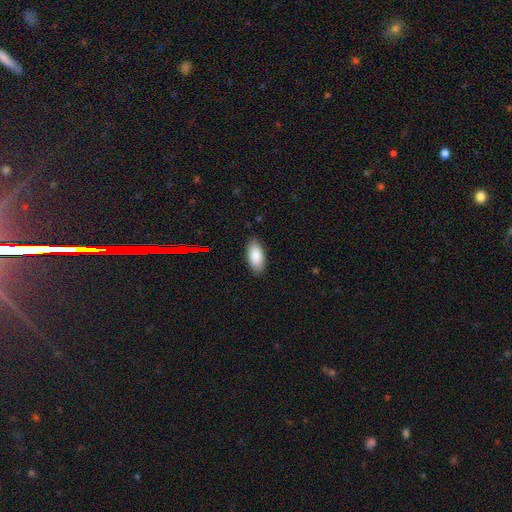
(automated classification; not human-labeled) Smooth or featured: smooth — 87% (star or artifact — 7%)
How rounded: in between — 91% (cigar-shaped — 7%)
Merging: none — 87% (minor disturbance — 10%)